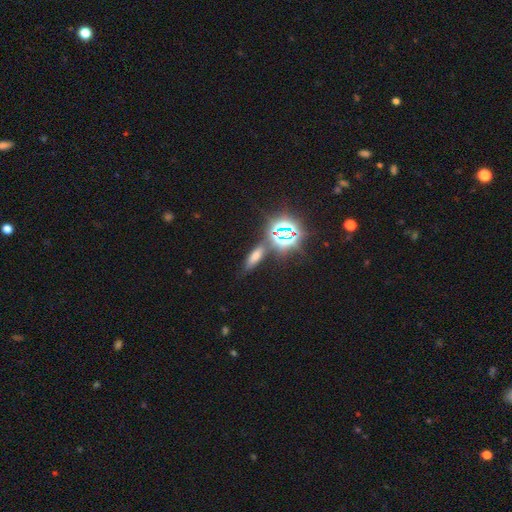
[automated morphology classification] A smooth galaxy with no disk features (53%) that is in between round and cigar-shaped (52%). Merging: none (74%).